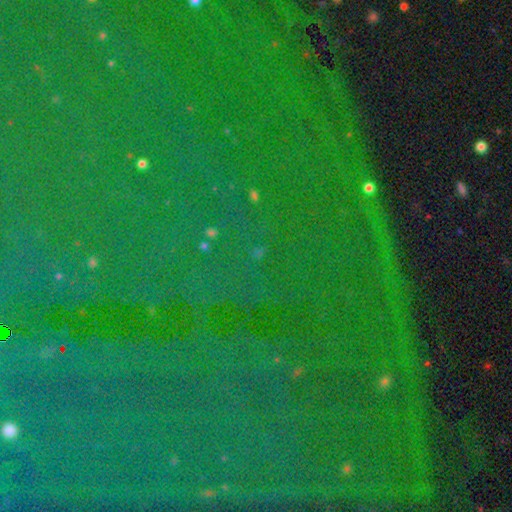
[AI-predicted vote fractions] Smooth or featured? star or artifact (86%)